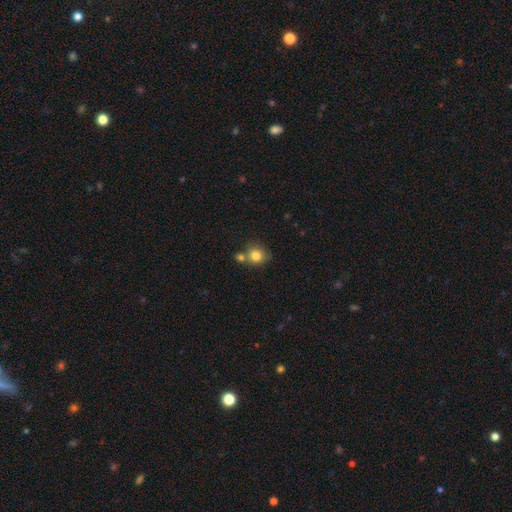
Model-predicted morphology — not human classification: Q: Smooth or featured?
A: smooth (82%); runner-up: star or artifact (10%)
Q: How rounded?
A: round (83%); runner-up: in between (16%)
Q: Merging?
A: none (55%); runner-up: merger (29%)